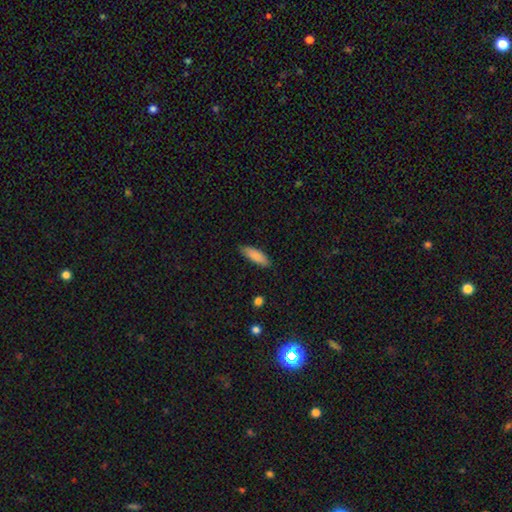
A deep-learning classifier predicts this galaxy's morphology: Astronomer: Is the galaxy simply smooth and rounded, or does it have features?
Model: smooth — 87%.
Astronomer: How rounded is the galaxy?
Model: in between — 55% (runner-up: cigar-shaped, 44%).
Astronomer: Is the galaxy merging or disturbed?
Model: none — 86%.